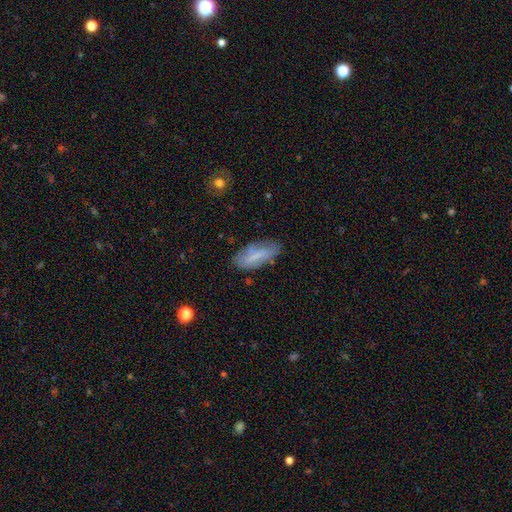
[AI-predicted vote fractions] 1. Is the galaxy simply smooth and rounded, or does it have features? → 61% smooth, 31% featured or disk, 8% star or artifact.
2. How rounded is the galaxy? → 72% in between, 26% cigar-shaped, 2% round.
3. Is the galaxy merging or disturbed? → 72% none, 20% minor disturbance, 6% major disturbance, 2% merger.